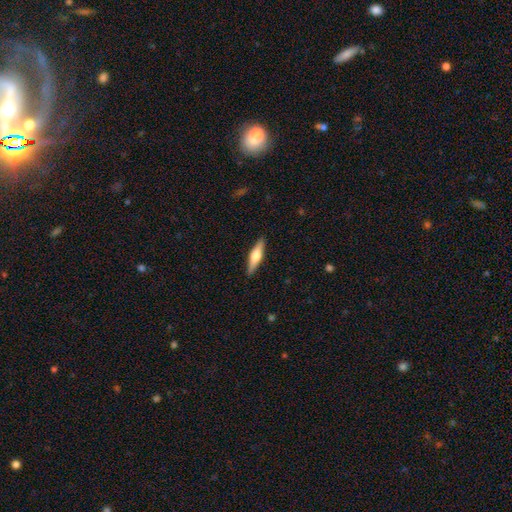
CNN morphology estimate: This appears to be a featured or disk galaxy (53%) viewed edge-on (96%) with a rounded central bulge (91%). Merging: none (90%).